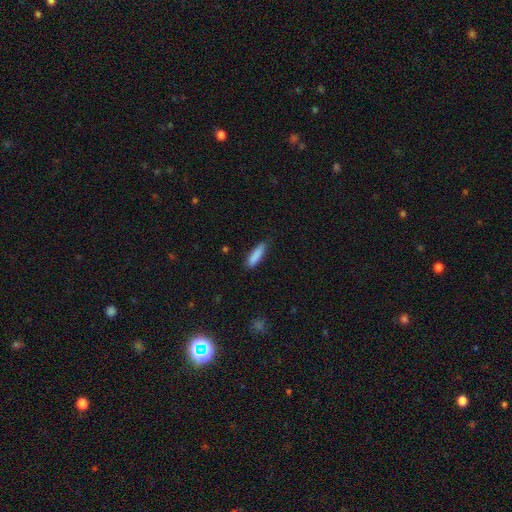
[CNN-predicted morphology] A smooth galaxy with no disk features (87%) that is cigar-shaped (66%).

Vote fractions:
- Smooth or featured? smooth: 87% / featured or disk: 7% / star or artifact: 6%
- How rounded? cigar-shaped: 66% / in between: 32% / round: 1%
- Merging? none: 79% / minor disturbance: 17% / major disturbance: 3% / merger: 1%